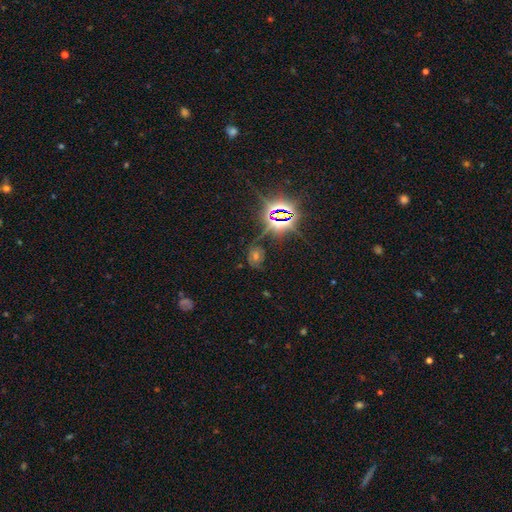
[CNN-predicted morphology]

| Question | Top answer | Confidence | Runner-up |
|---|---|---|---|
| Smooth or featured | star or artifact | 65% | smooth (20%) |